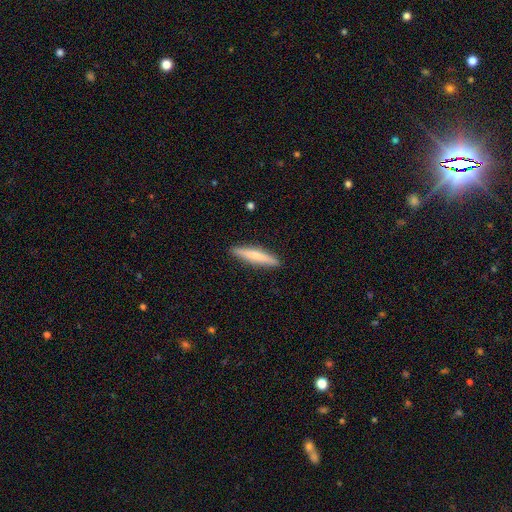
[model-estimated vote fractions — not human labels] Smooth or featured?
  - smooth: 65% *
  - featured or disk: 29%
  - star or artifact: 5%
How rounded?
  - cigar-shaped: 90% *
  - in between: 8%
  - round: 1%
Merging?
  - none: 91% *
  - minor disturbance: 7%
  - major disturbance: 1%
  - merger: 1%